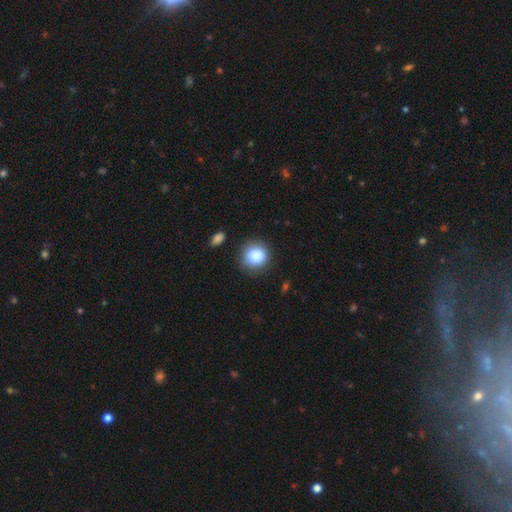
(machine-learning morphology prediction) Smooth or featured? smooth (87%)
How rounded? round (88%)
Merging? none (81%)